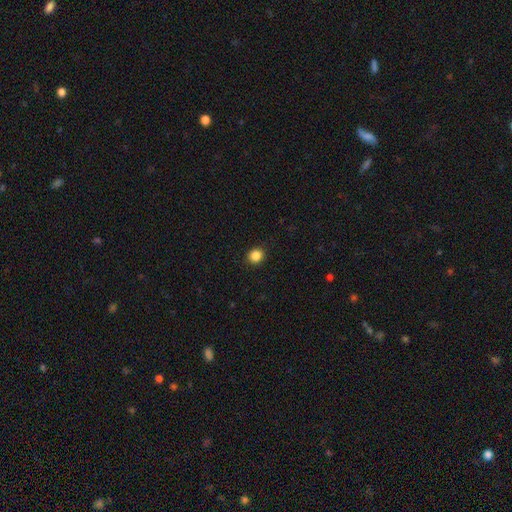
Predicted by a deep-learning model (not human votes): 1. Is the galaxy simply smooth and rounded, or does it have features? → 86% smooth, 11% star or artifact, 3% featured or disk.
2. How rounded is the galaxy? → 83% round, 16% in between, 1% cigar-shaped.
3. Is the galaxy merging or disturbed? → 91% none, 6% minor disturbance, 2% major disturbance, 1% merger.